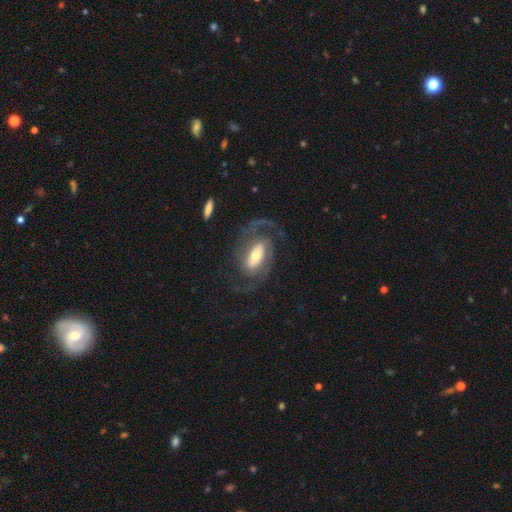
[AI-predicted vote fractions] This appears to be a featured or disk galaxy (85%) with a weak bar (36%), 2 (86%) medium (50%) spiral arms (95%) and a moderate central bulge (51%). Merging: none (67%).